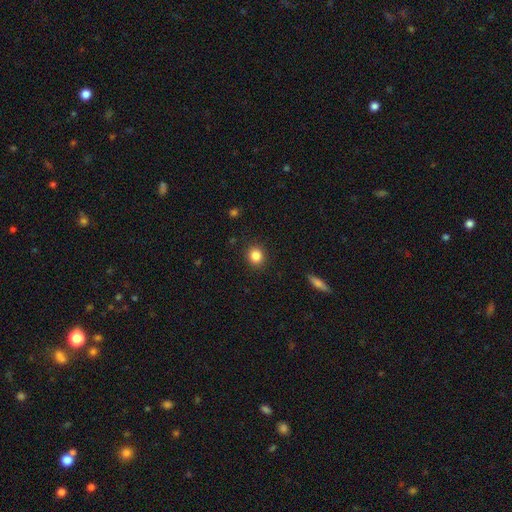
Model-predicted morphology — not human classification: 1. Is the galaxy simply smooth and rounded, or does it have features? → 84% smooth, 11% star or artifact, 5% featured or disk.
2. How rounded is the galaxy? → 86% round, 13% in between, 1% cigar-shaped.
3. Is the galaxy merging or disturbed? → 91% none, 6% minor disturbance, 2% major disturbance, 1% merger.